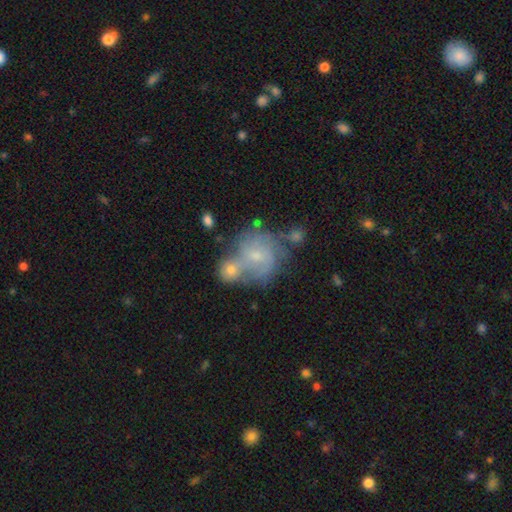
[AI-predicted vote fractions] Q: Smooth or featured?
A: featured or disk (66%); runner-up: smooth (23%)
Q: Edge-on disk?
A: no (97%); runner-up: yes (3%)
Q: Bar?
A: no (57%); runner-up: weak (37%)
Q: Spiral arms?
A: yes (84%); runner-up: no (16%)
Q: Spiral winding?
A: tight (44%); runner-up: medium (42%)
Q: Spiral arm count?
A: can't tell (37%); runner-up: 2 (28%)
Q: Bulge size?
A: small (68%); runner-up: moderate (26%)
Q: Merging?
A: none (42%); runner-up: merger (36%)